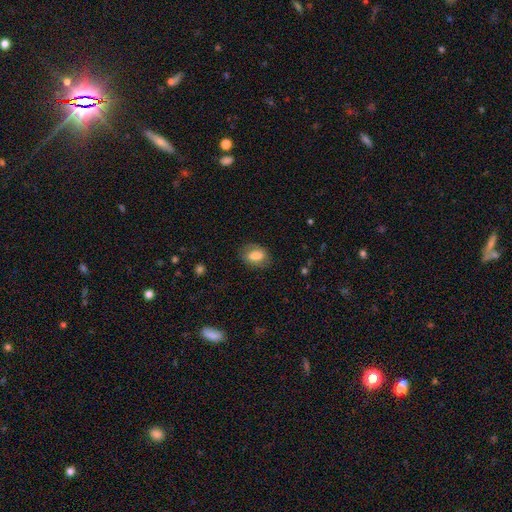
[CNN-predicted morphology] Overall: smooth (75%). How rounded: in between (80%). Merging: none (77%).